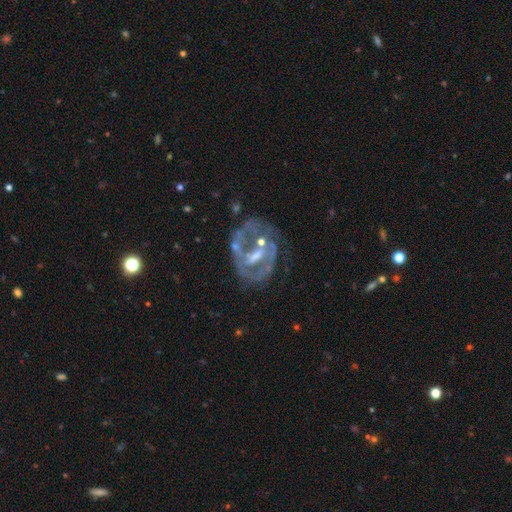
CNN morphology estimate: Smooth or featured?
  - featured or disk: 78% *
  - smooth: 12%
  - star or artifact: 9%
Edge-on disk?
  - no: 96% *
  - yes: 4%
Bar?
  - weak: 37% *
  - no: 33%
  - strong: 30%
Spiral arms?
  - yes: 50% * (tied)
  - no: 50% * (tied)
Bulge size?
  - moderate: 39% *
  - small: 32%
  - none: 22%
  - large: 5%
  - dominant: 1%
Merging?
  - none: 49% *
  - major disturbance: 22%
  - minor disturbance: 18%
  - merger: 11%